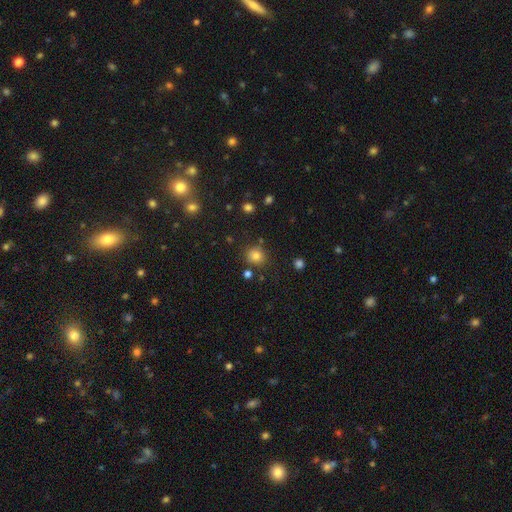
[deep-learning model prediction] Smooth or featured? smooth (80%)
How rounded? round (85%)
Merging? none (81%)